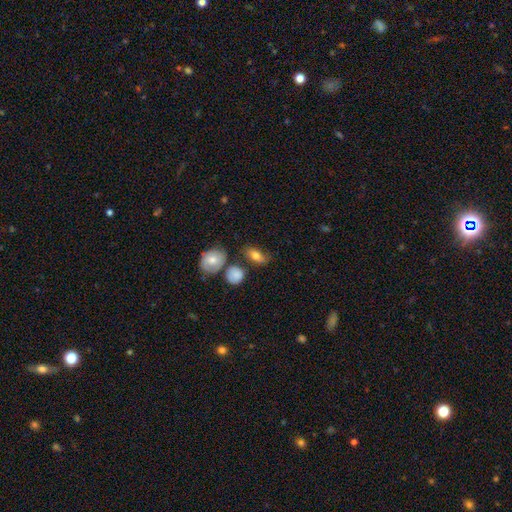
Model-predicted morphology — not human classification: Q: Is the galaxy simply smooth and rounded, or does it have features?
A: smooth — 75%.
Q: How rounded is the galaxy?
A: in between — 85%.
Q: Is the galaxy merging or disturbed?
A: none — 64%.